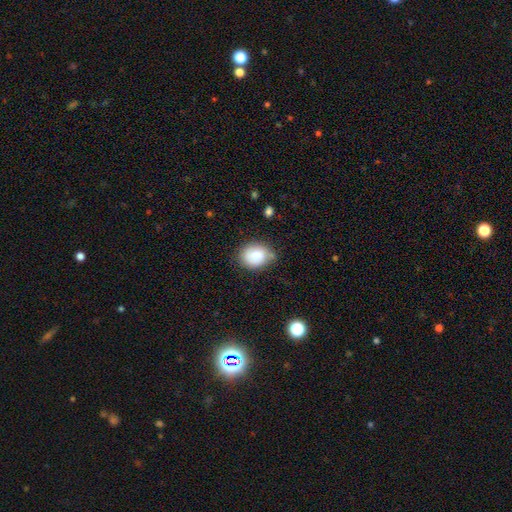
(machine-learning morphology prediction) Smooth or featured?
  - smooth: 80% *
  - featured or disk: 12%
  - star or artifact: 8%
How rounded?
  - round: 50% *
  - in between: 49%
  - cigar-shaped: 1%
Merging?
  - none: 65% *
  - minor disturbance: 27%
  - major disturbance: 5%
  - merger: 3%